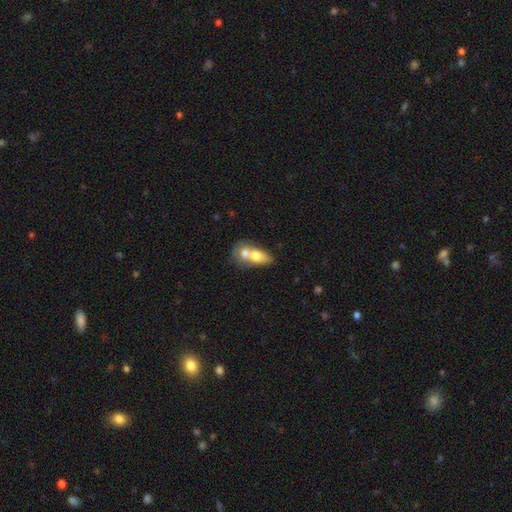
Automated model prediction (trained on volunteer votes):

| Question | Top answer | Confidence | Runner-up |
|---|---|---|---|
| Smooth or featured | smooth | 66% | featured or disk (28%) |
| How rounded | in between | 71% | round (24%) |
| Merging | merger | 78% | none (12%) |